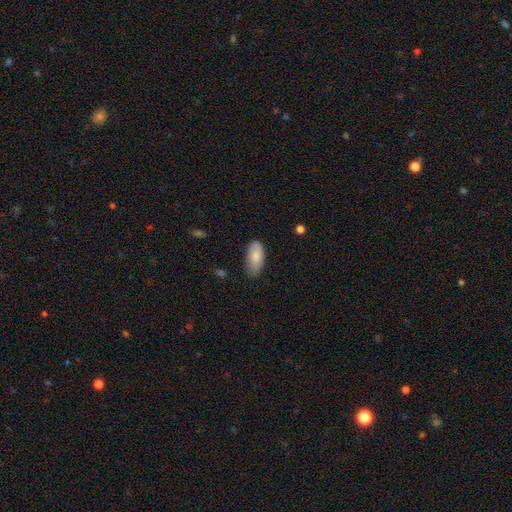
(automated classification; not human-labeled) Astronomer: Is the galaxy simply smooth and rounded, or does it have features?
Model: smooth — 82%.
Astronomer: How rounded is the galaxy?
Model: in between — 93%.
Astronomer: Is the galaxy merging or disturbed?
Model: none — 67%.